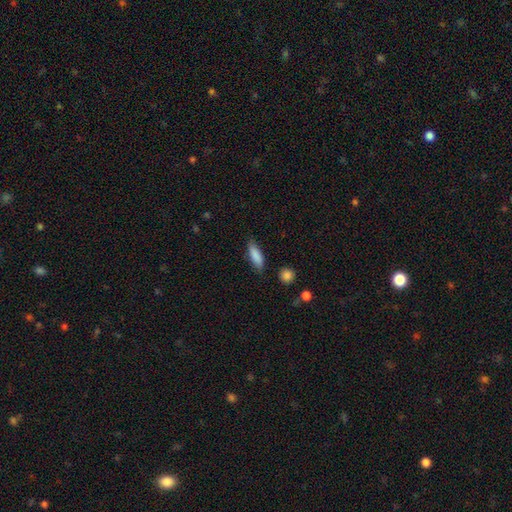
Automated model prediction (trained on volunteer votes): Morphology: type=smooth (86%); roundness=in between (55%); merging=none (79%).